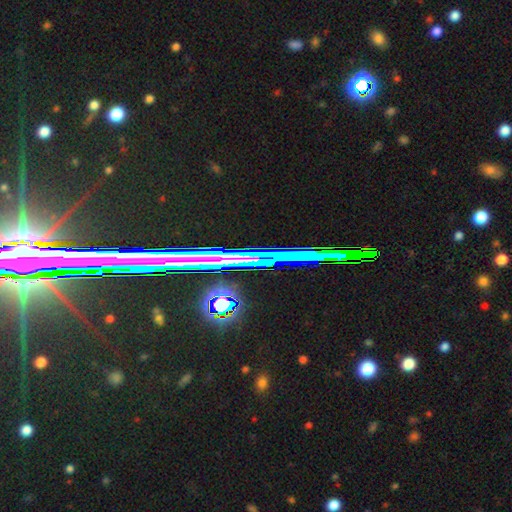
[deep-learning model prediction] star or artifact 70%, featured or disk 20%, smooth 10%.